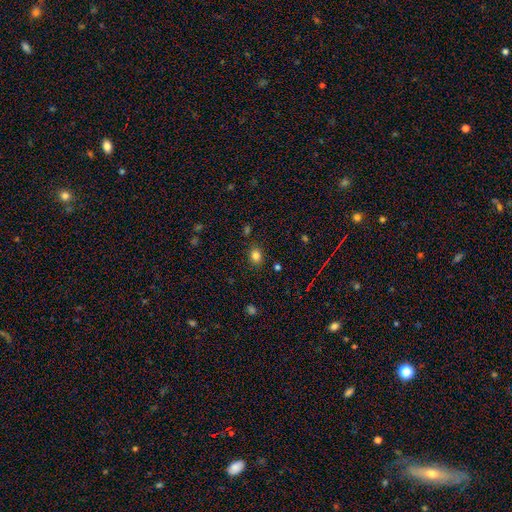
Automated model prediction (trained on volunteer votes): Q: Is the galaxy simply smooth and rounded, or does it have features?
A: smooth — 81%.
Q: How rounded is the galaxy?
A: round — 56%.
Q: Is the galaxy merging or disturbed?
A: none — 85%.